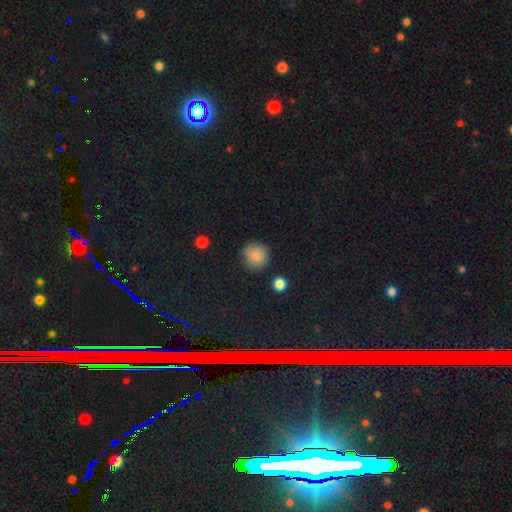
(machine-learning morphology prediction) The model was most divided on "merging": none: 83%, minor disturbance: 11%, major disturbance: 3%, merger: 2%. More confident: how rounded — round (92%); smooth or featured — smooth (84%).